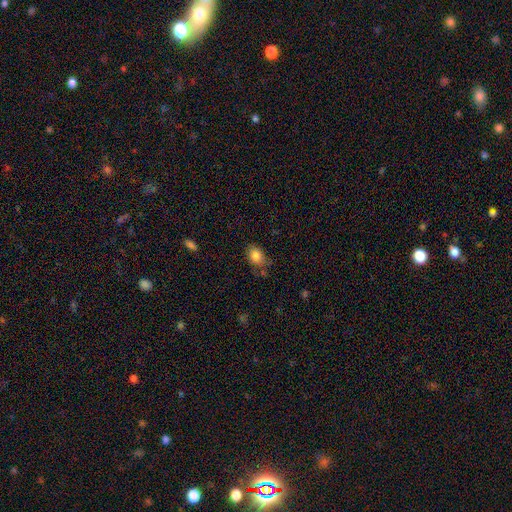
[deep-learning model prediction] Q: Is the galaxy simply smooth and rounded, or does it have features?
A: smooth — 84%.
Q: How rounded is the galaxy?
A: in between — 74%.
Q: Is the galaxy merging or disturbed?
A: none — 62%.